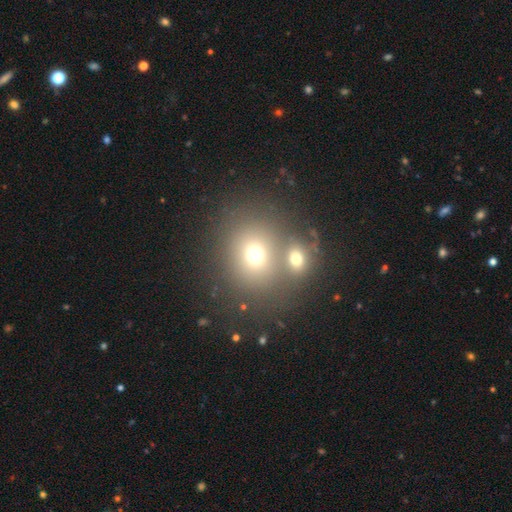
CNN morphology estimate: smooth 69%, star or artifact 17%, featured or disk 15%. Down the decision tree: how rounded — round (73%); merging — none (48%).